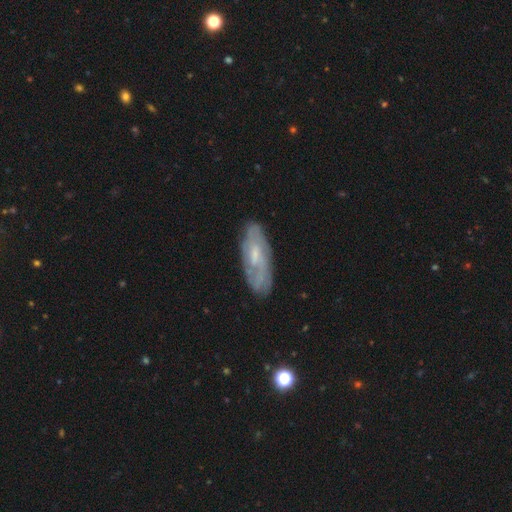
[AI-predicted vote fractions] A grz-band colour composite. It shows a featured or disk galaxy (62%) with no bar (56%), spiral arms (73%) and a small central bulge (47%). Merging: none (77%).